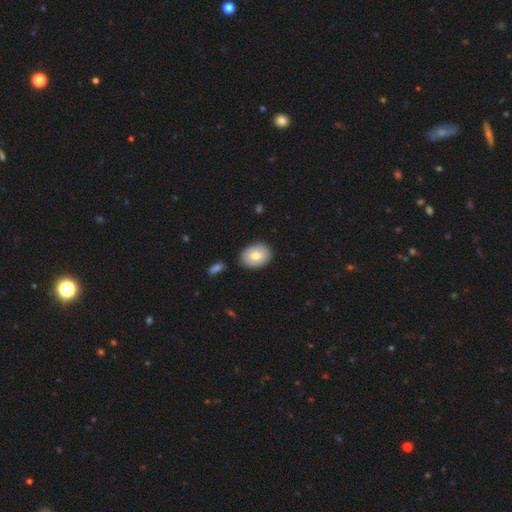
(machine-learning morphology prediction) smooth 71%, featured or disk 23%, star or artifact 7%. Down the decision tree: how rounded — in between (65%); merging — none (85%).